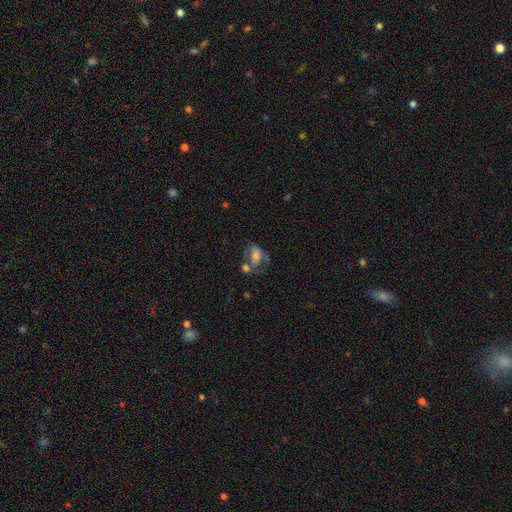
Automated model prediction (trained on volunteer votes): A smooth galaxy with no disk features (47%).

Vote fractions:
- Smooth or featured? smooth: 47% / featured or disk: 44% / star or artifact: 10%
- Merging? none: 32% (tied) / merger: 32% (tied) / minor disturbance: 18% / major disturbance: 18%